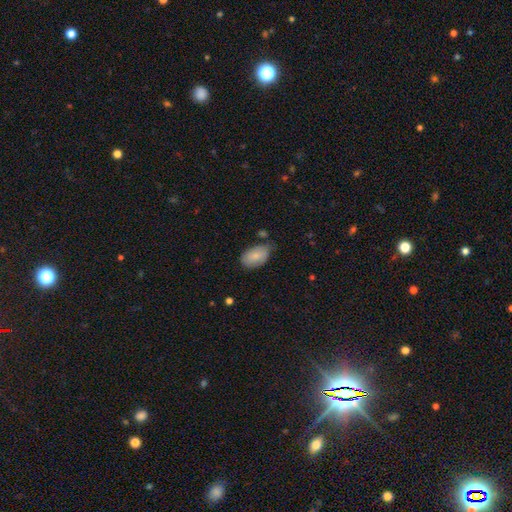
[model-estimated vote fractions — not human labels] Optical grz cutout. It shows a smooth galaxy with no disk features (83%) that is in between round and cigar-shaped (93%). Merging: none (66%).